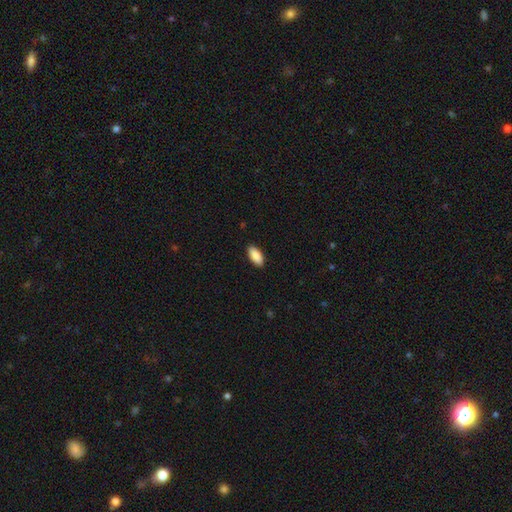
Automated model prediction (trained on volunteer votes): Morphology: type=smooth (90%); roundness=in between (89%); merging=none (90%).